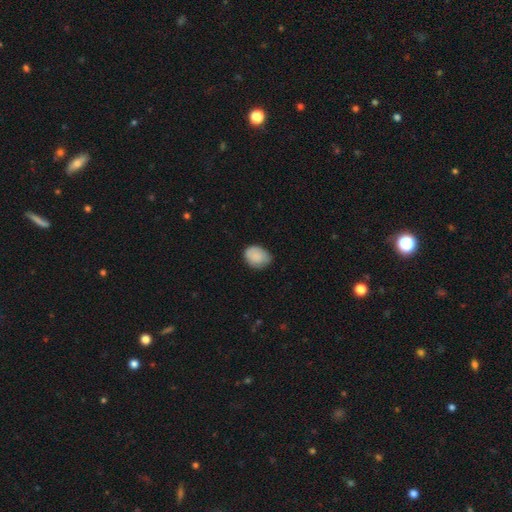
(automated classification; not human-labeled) smooth 84%, featured or disk 9%, star or artifact 7%. Down the decision tree: how rounded — in between (64%); merging — none (64%).